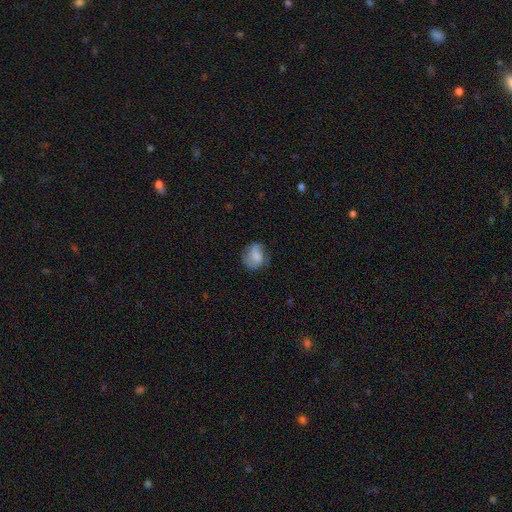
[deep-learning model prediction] Smooth or featured? Predicted: smooth (p=0.64). How rounded? Predicted: round (p=0.59). Merging? Predicted: none (p=0.55).